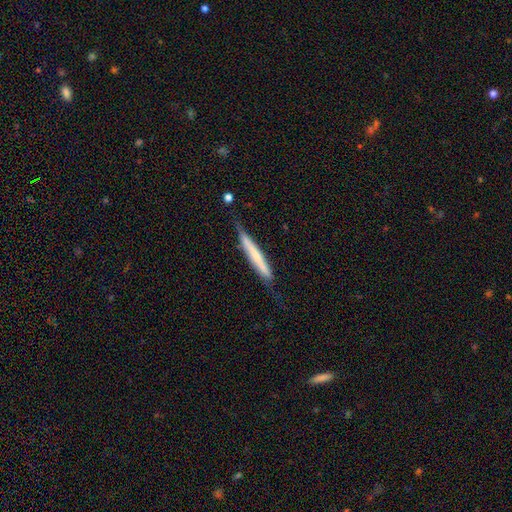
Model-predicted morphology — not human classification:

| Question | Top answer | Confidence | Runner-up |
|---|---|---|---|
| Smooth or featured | smooth | 48% | featured or disk (47%) |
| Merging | none | 65% | minor disturbance (27%) |